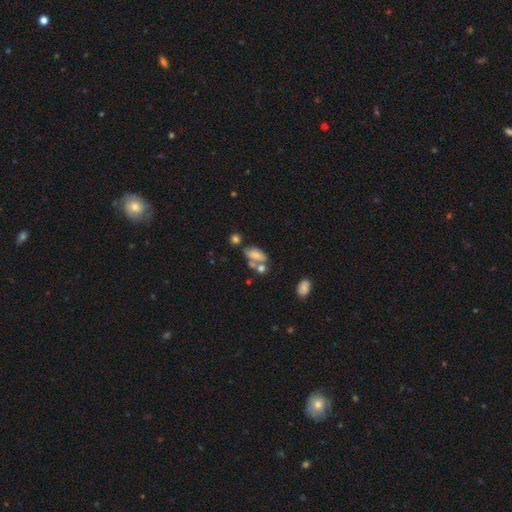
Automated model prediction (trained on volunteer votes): Smooth or featured? Predicted: smooth (p=0.66). How rounded? Predicted: in between (p=0.86). Merging? Predicted: merger (p=0.37).